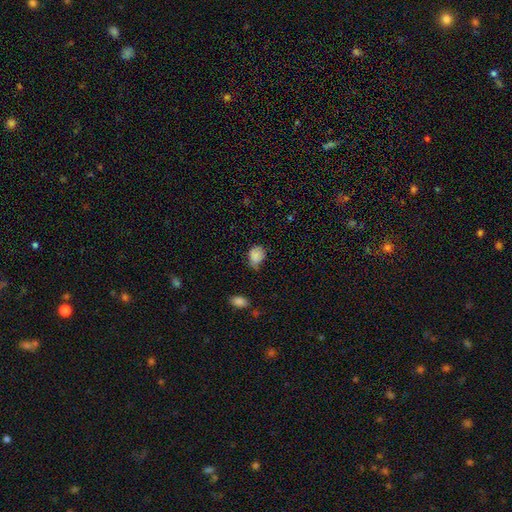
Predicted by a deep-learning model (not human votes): Smooth or featured: smooth — 85% (star or artifact — 10%)
How rounded: in between — 53% (round — 46%)
Merging: none — 47% (minor disturbance — 40%)